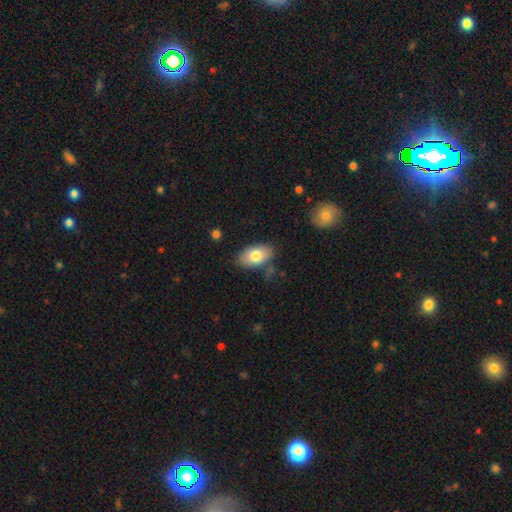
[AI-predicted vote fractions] A smooth galaxy with no disk features (78%) that is in between round and cigar-shaped (92%).

Vote fractions:
- Smooth or featured? smooth: 78% / featured or disk: 15% / star or artifact: 7%
- How rounded? in between: 92% / round: 6% / cigar-shaped: 2%
- Merging? none: 77% / minor disturbance: 16% / major disturbance: 4% / merger: 4%